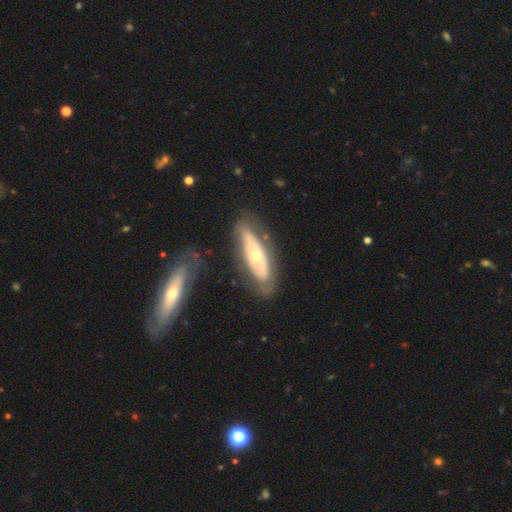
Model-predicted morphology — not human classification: The model was most divided on "smooth or featured": featured or disk: 63%, smooth: 31%, star or artifact: 5%. More confident: edge-on disk — no (78%); merging — none (69%).